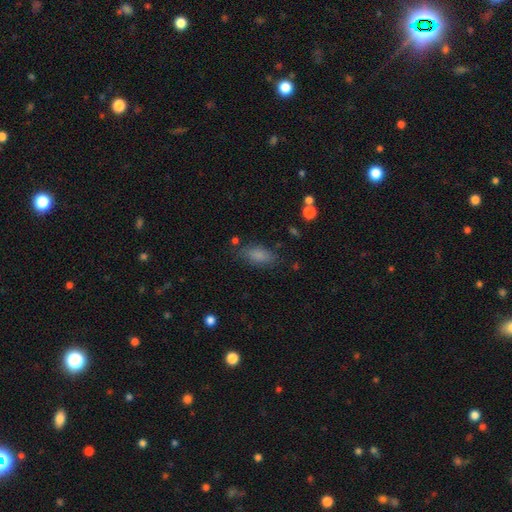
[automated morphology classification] smooth 74%, star or artifact 16%, featured or disk 10%. Down the decision tree: how rounded — in between (81%); merging — none (79%).